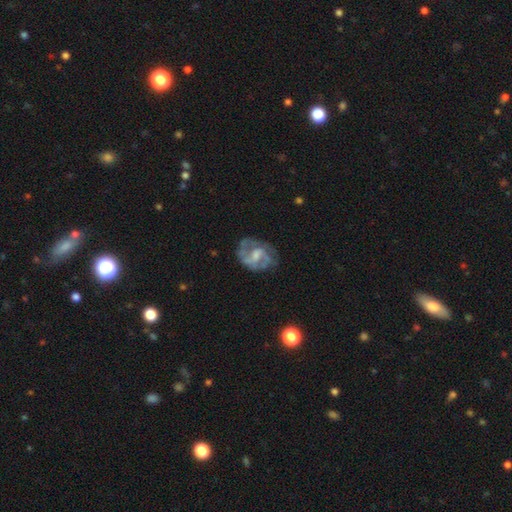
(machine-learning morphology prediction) This appears to be a featured or disk galaxy (74%) with a weak bar (47%), 2 (44%) medium (46%) spiral arms (77%) and a moderate central bulge (44%). Merging: none (57%).